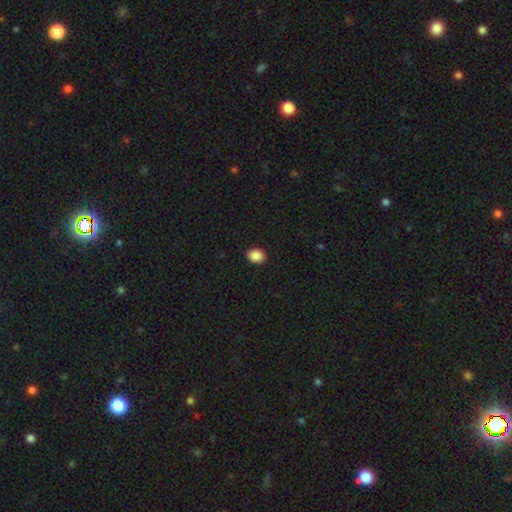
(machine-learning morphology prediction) The model was most divided on "how rounded": in between: 52%, round: 47%, cigar-shaped: 1%. More confident: merging — none (91%); smooth or featured — smooth (88%).